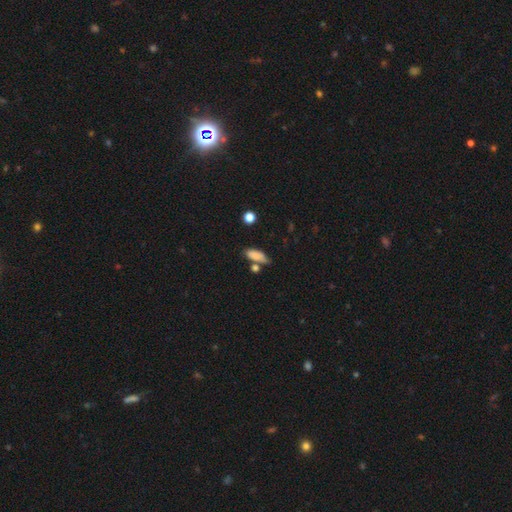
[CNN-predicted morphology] Q: Smooth or featured?
A: smooth (81%); runner-up: featured or disk (10%)
Q: How rounded?
A: in between (72%); runner-up: cigar-shaped (24%)
Q: Merging?
A: none (51%); runner-up: minor disturbance (22%)